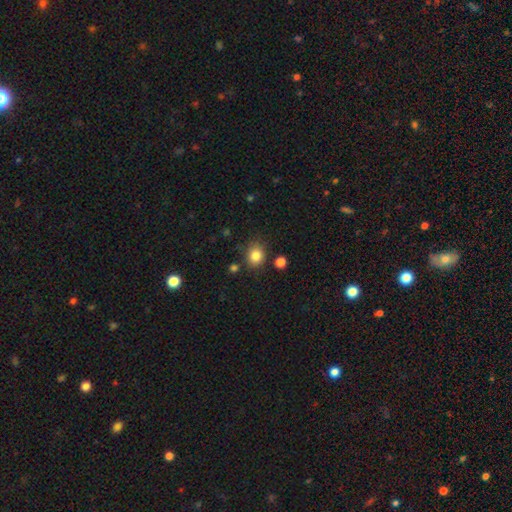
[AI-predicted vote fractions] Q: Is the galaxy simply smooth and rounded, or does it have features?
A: smooth — 83%.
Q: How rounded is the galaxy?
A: round — 67%.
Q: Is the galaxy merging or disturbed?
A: none — 79%.